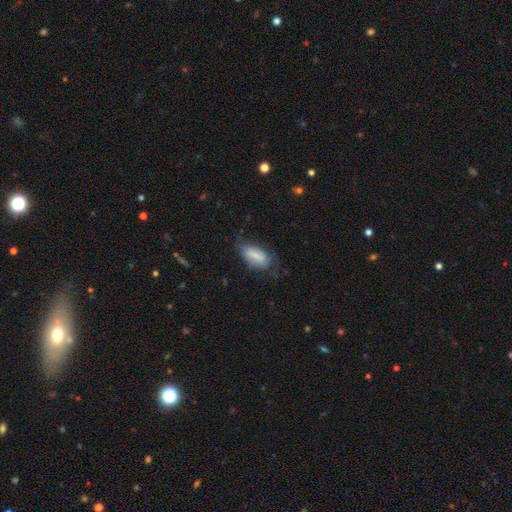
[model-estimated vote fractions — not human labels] smooth-or-featured: smooth: 71% | featured or disk: 22% | star or artifact: 8%
  how-rounded: in between: 85% | cigar-shaped: 11% | round: 3%
  merging: none: 52% | minor disturbance: 32% | major disturbance: 13% | merger: 2%